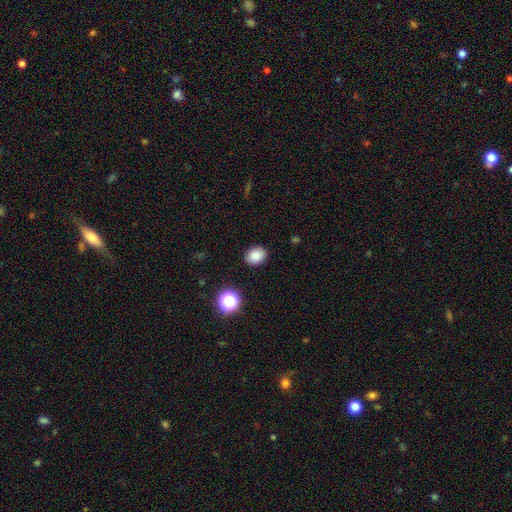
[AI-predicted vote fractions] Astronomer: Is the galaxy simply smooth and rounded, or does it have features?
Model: smooth — 84%.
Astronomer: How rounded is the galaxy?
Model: in between — 57% (runner-up: round, 42%).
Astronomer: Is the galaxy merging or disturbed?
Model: none — 89%.